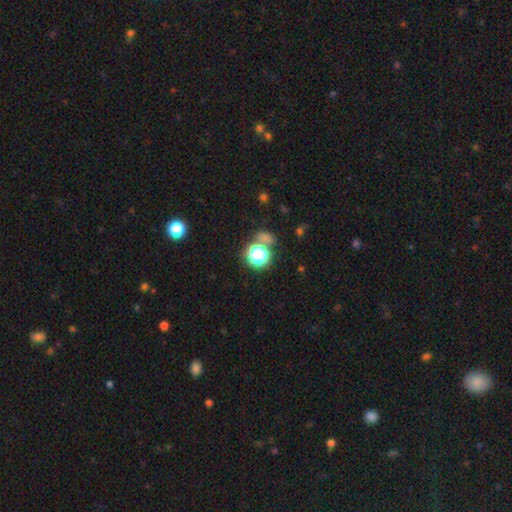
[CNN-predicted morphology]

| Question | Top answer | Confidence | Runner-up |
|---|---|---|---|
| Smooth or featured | smooth | 48% | star or artifact (44%) |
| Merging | none | 68% | merger (14%) |